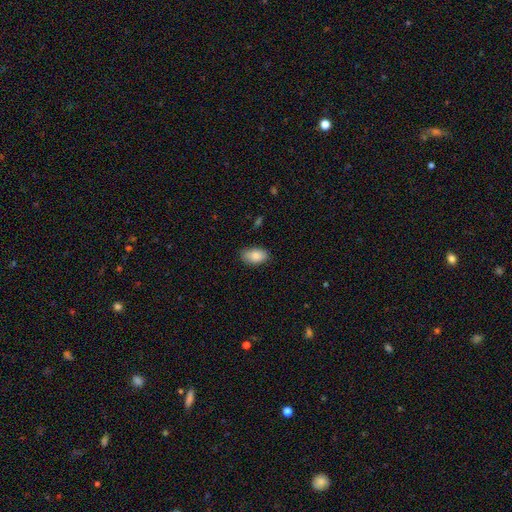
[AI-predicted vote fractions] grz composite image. It shows a smooth galaxy with no disk features (86%) that is in between round and cigar-shaped (92%). Merging: none (79%).